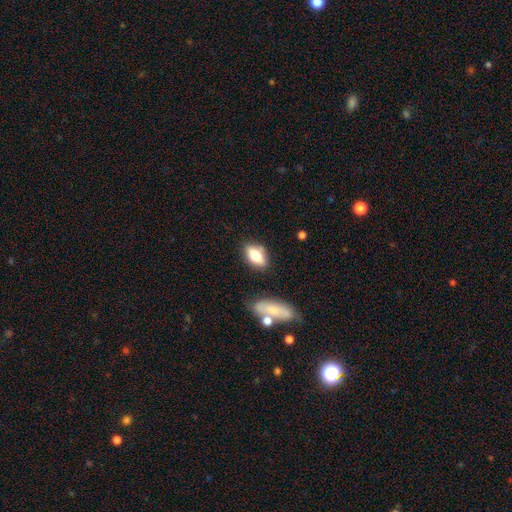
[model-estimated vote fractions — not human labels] Smooth or featured?
  - smooth: 69% *
  - featured or disk: 23%
  - star or artifact: 8%
How rounded?
  - in between: 82% *
  - cigar-shaped: 11%
  - round: 8%
Merging?
  - none: 78% *
  - minor disturbance: 14%
  - merger: 4%
  - major disturbance: 4%